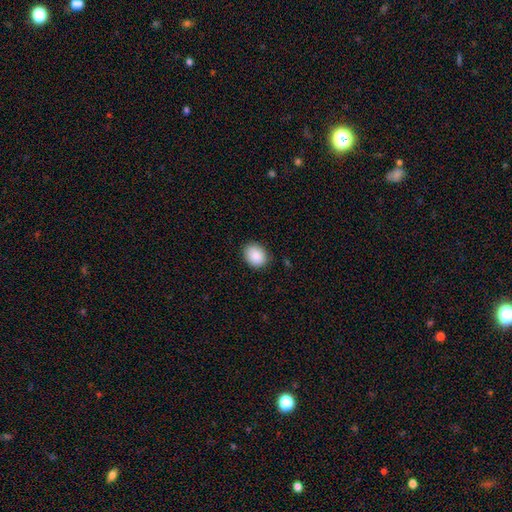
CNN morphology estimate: Overall: smooth (89%). How rounded: in between (54%; round 45%). Merging: none (86%).